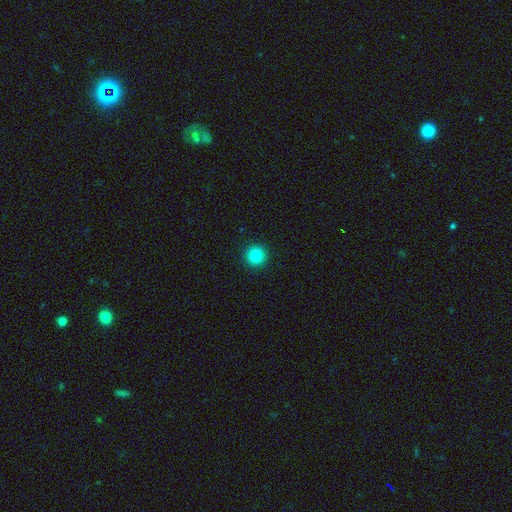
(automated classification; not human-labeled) Smooth or featured? smooth (85%)
How rounded? round (96%)
Merging? none (93%)